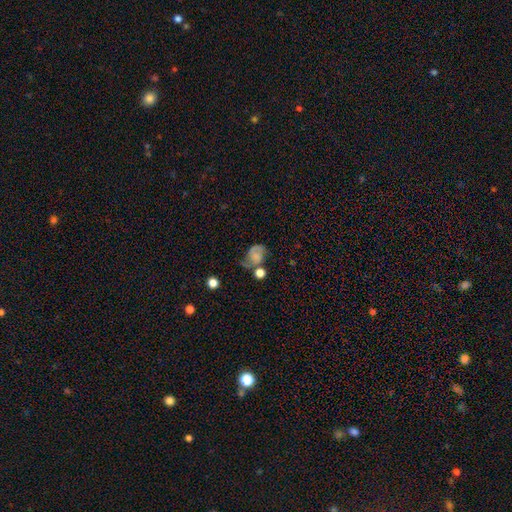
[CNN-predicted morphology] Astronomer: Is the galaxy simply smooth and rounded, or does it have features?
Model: smooth — 49% (runner-up: featured or disk, 39%).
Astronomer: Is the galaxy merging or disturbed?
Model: none — 33% (runner-up: minor disturbance, 28%).